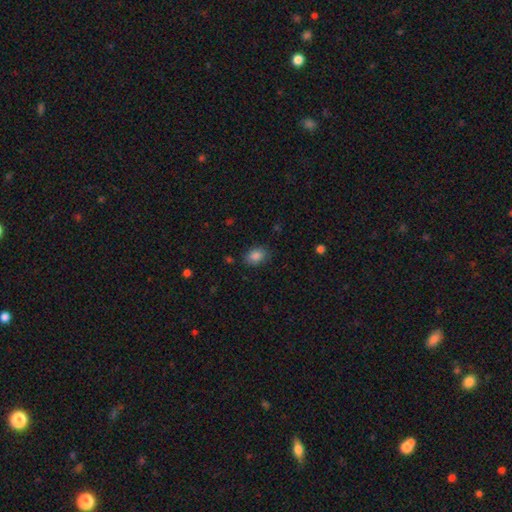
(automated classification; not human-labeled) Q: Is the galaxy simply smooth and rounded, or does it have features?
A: smooth — 86%.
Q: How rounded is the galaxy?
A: in between — 77%.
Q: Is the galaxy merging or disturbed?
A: none — 83%.